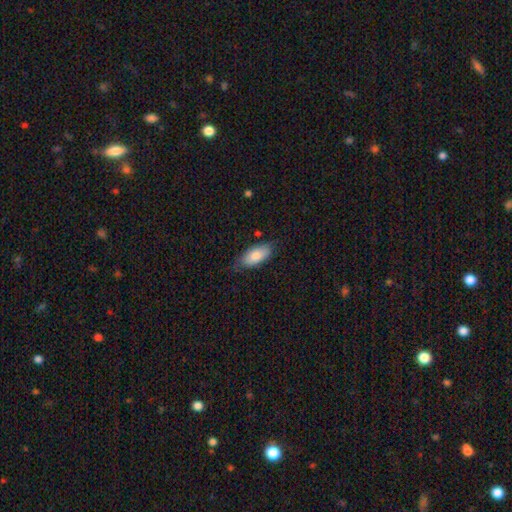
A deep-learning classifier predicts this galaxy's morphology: This is likely a smooth galaxy (78%). How rounded: clearly in between (89%). Merging: likely none (71%).